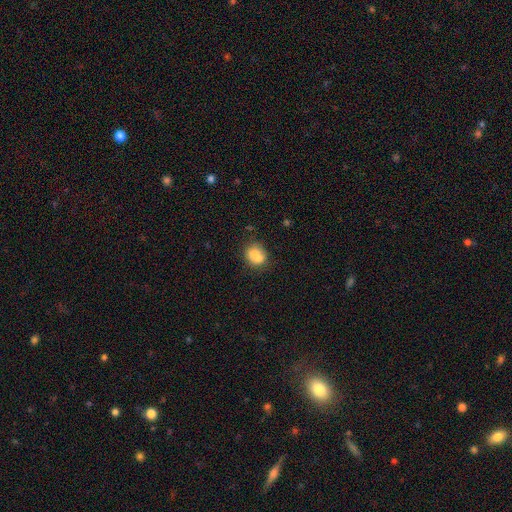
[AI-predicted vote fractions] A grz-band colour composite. It shows a smooth galaxy with no disk features (73%) that is round (65%). Merging: none (42%).